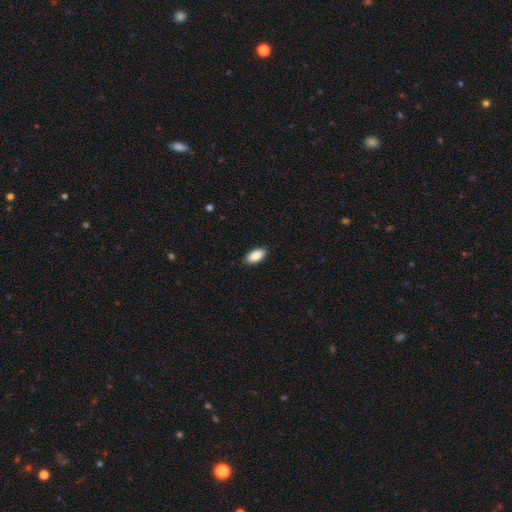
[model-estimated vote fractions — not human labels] smooth_or_featured: smooth (p=0.89) [alt: star or artifact p=0.06]
how_rounded: in between (p=0.91) [alt: cigar-shaped p=0.06]
merging: none (p=0.89) [alt: minor disturbance p=0.09]